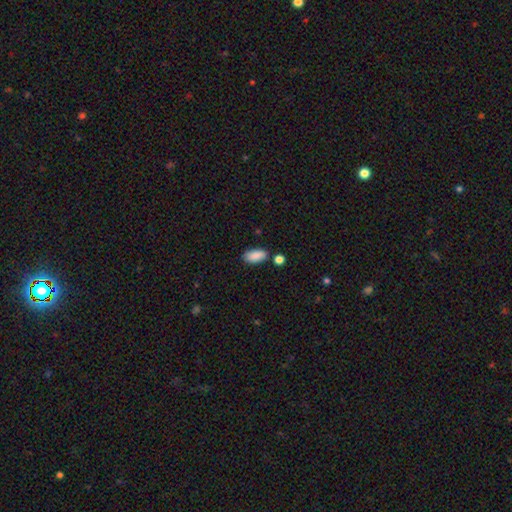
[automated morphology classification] A smooth galaxy with no disk features (89%) that is in between round and cigar-shaped (90%). Merging: none (77%).